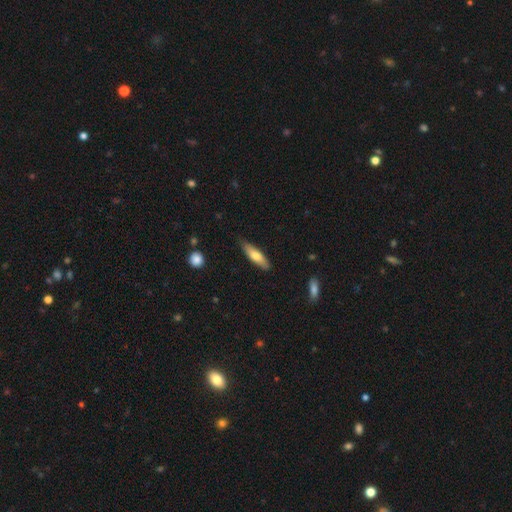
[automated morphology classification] This appears to be a smooth galaxy with no disk features (68%) that is cigar-shaped (63%). Merging: none (80%).